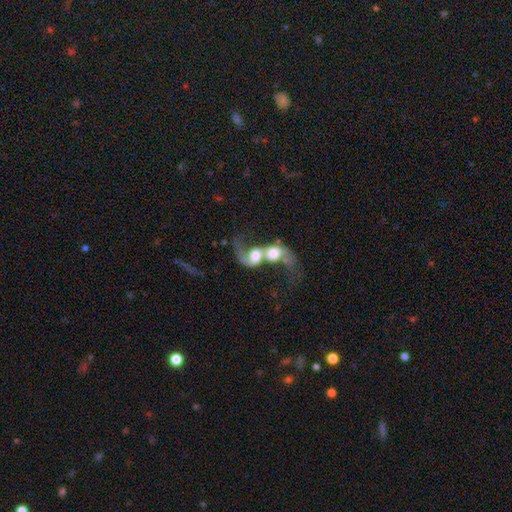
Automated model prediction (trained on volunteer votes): featured or disk 56%, smooth 35%, star or artifact 9%. Down the decision tree: edge-on disk — no (96%); bar — no (73%); spiral arms — yes (70%); bulge size — large (42%); merging — merger (86%).